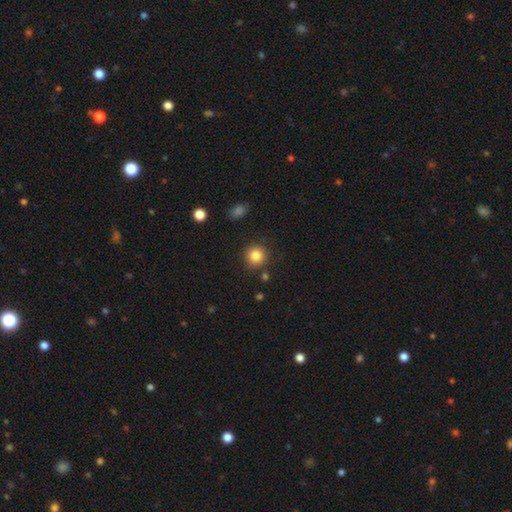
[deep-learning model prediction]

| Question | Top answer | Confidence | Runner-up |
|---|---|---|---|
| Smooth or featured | smooth | 84% | star or artifact (11%) |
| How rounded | round | 92% | in between (7%) |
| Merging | none | 87% | minor disturbance (8%) |